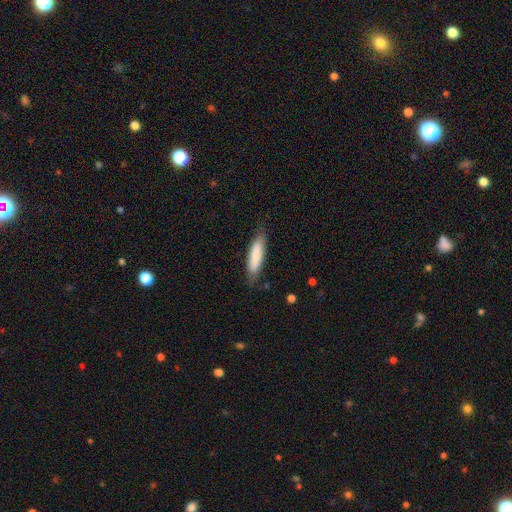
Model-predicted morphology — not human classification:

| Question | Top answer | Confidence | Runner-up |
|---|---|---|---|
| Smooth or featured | smooth | 79% | featured or disk (15%) |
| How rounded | cigar-shaped | 69% | in between (29%) |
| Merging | none | 80% | minor disturbance (15%) |